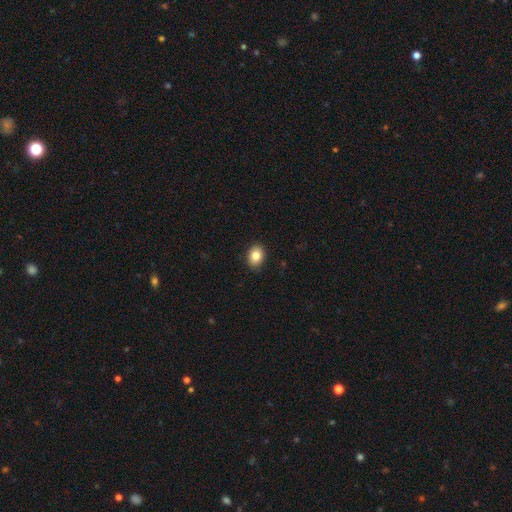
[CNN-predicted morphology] Smooth or featured?
  - smooth: 84% *
  - star or artifact: 8%
  - featured or disk: 7%
How rounded?
  - in between: 68% *
  - round: 31%
  - cigar-shaped: 1%
Merging?
  - none: 89% *
  - minor disturbance: 8%
  - major disturbance: 2%
  - merger: 1%